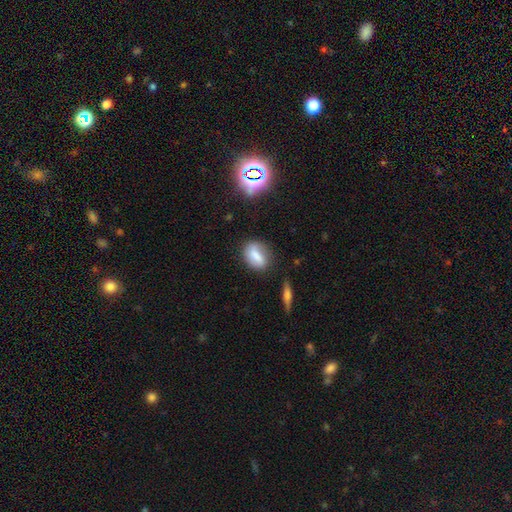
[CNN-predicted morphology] smooth_or_featured: smooth (p=0.72) [alt: featured or disk p=0.18]
how_rounded: in between (p=0.74) [alt: round p=0.20]
merging: none (p=0.66) [alt: minor disturbance p=0.23]